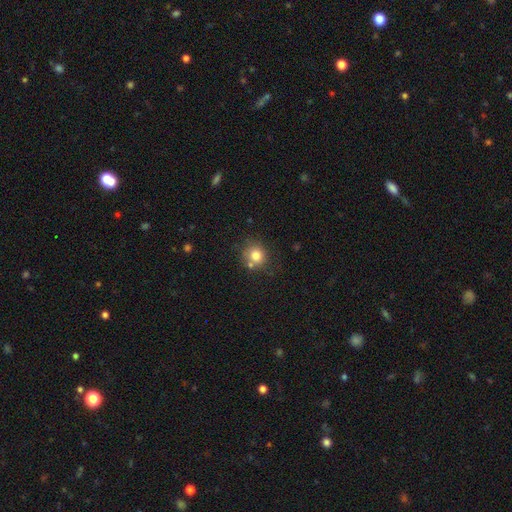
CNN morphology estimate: smooth 79%, star or artifact 11%, featured or disk 9%. Down the decision tree: how rounded — round (87%); merging — none (67%).